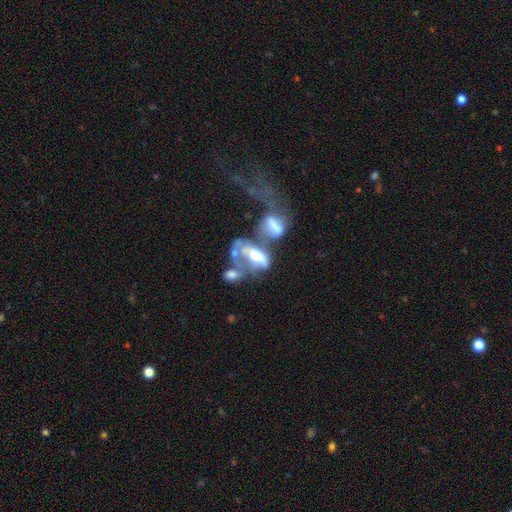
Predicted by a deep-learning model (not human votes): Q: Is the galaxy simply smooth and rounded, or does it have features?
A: featured or disk — 55%.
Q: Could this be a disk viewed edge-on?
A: no — 93%.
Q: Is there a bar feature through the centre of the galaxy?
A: no — 68%.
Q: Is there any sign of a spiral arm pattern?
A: no — 75%.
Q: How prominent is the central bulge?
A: moderate — 38%.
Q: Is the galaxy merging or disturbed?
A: merger — 59%.